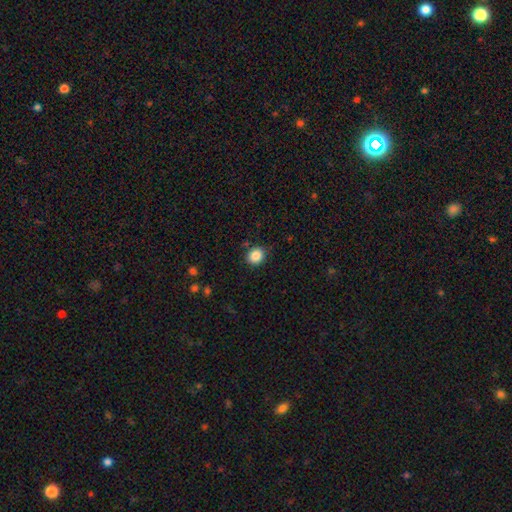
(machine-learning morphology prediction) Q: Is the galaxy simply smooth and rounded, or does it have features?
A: smooth — 86%.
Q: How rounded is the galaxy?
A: round — 75%.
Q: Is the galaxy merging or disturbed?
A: none — 86%.